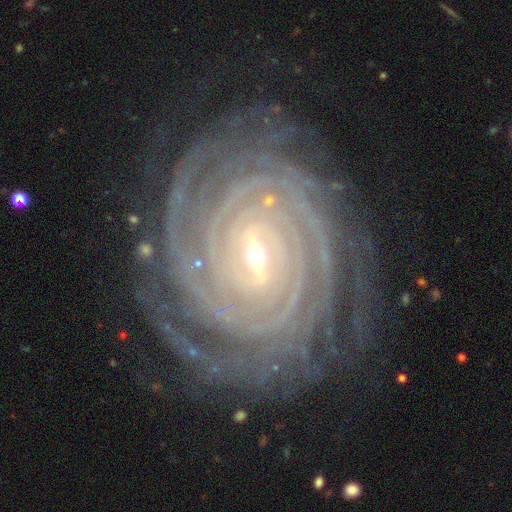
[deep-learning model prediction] This appears to be a featured or disk galaxy (93%) with a weak bar (42%), 4 (28%) tight (91%) spiral arms (99%) and a small central bulge (71%). Merging: none (83%).